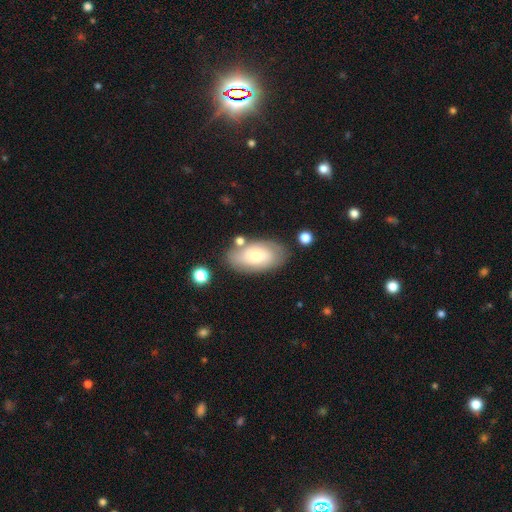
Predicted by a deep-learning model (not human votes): A smooth galaxy with no disk features (64%) that is in between round and cigar-shaped (93%). Merging: none (72%).